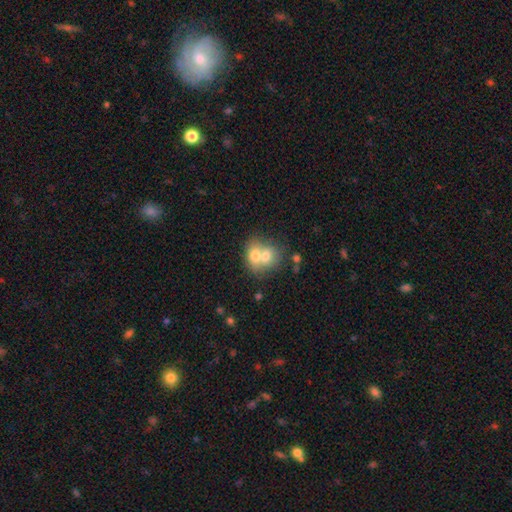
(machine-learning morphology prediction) Smooth or featured?
  - smooth: 67% *
  - featured or disk: 24%
  - star or artifact: 8%
How rounded?
  - round: 52% *
  - in between: 47%
  - cigar-shaped: 1%
Merging?
  - merger: 70% *
  - none: 21%
  - minor disturbance: 6%
  - major disturbance: 3%